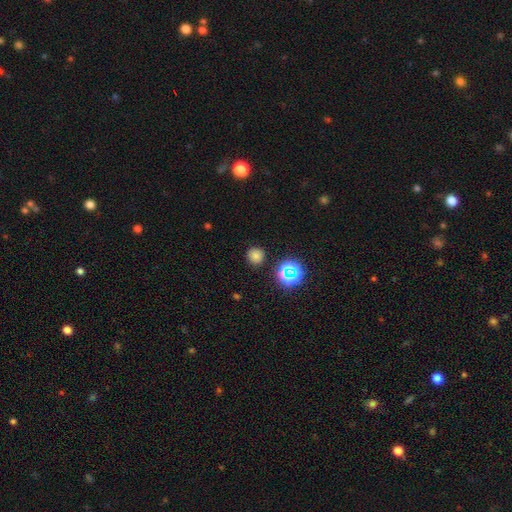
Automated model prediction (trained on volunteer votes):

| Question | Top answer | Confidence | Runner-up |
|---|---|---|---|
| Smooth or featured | smooth | 73% | star or artifact (21%) |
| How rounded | round | 93% | in between (6%) |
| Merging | none | 89% | minor disturbance (7%) |